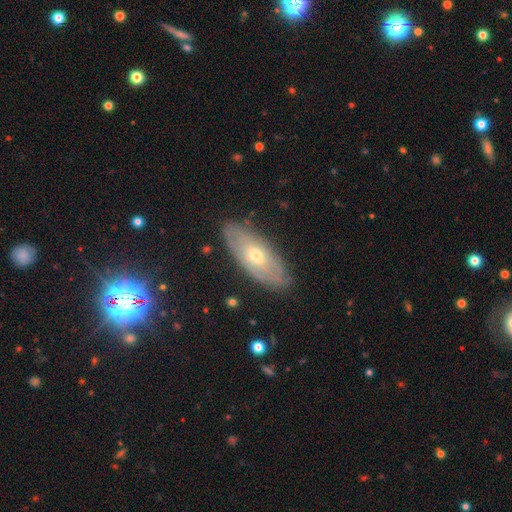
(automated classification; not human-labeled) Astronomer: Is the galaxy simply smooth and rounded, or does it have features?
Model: featured or disk — 62%.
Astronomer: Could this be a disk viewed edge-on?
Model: no — 80%.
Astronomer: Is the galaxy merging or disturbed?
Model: none — 82%.